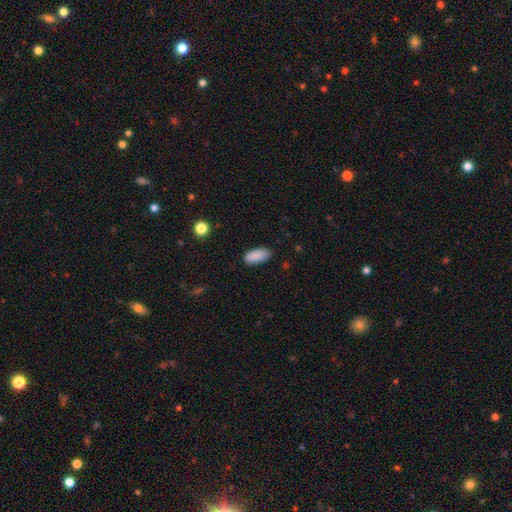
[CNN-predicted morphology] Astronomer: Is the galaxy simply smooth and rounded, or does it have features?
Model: smooth — 89%.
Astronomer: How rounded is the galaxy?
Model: in between — 89%.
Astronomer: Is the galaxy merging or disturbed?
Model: none — 81%.